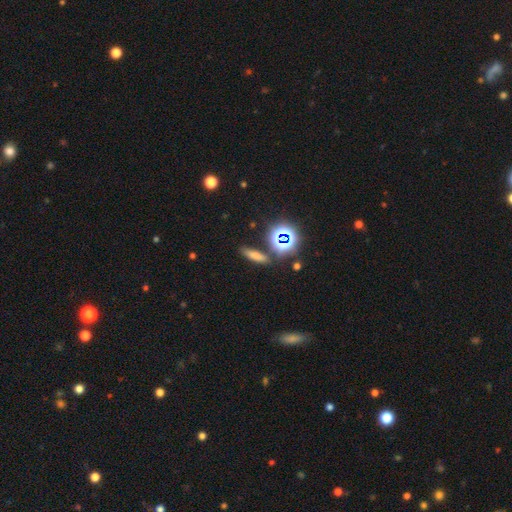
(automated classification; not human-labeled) The model was most divided on "how rounded": cigar-shaped: 61%, in between: 28%, round: 10%. More confident: merging — none (80%); smooth or featured — smooth (65%).